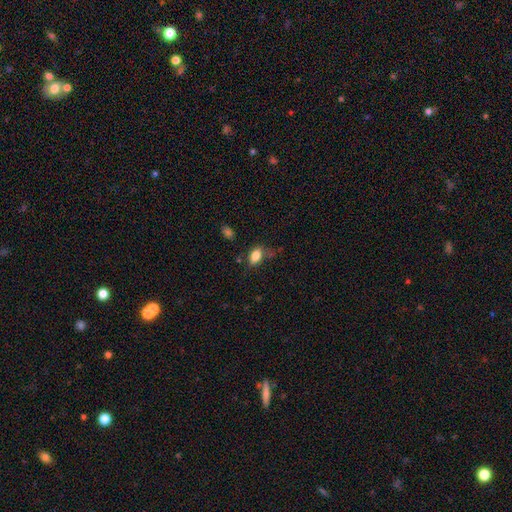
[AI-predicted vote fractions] The model was most divided on "merging": none: 57%, minor disturbance: 27%, major disturbance: 11%, merger: 5%. More confident: how rounded — in between (86%); smooth or featured — smooth (82%).